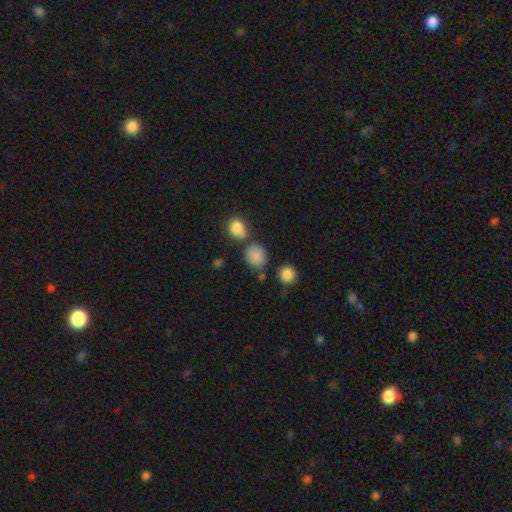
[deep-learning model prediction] Smooth or featured? smooth (83%)
How rounded? round (73%)
Merging? none (67%)